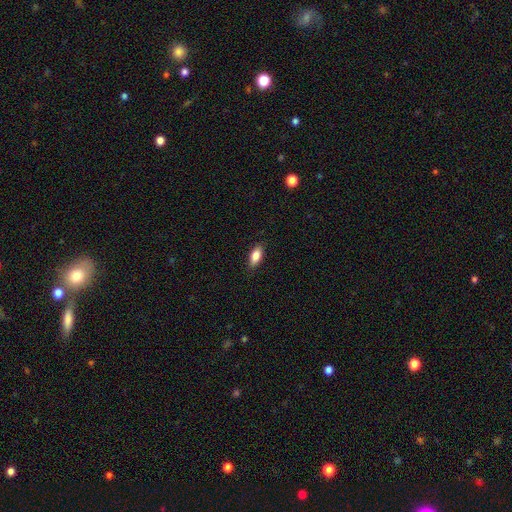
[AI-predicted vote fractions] smooth_or_featured: smooth (p=0.82) [alt: featured or disk p=0.11]
how_rounded: in between (p=0.85) [alt: cigar-shaped p=0.11]
merging: none (p=0.86) [alt: minor disturbance p=0.11]